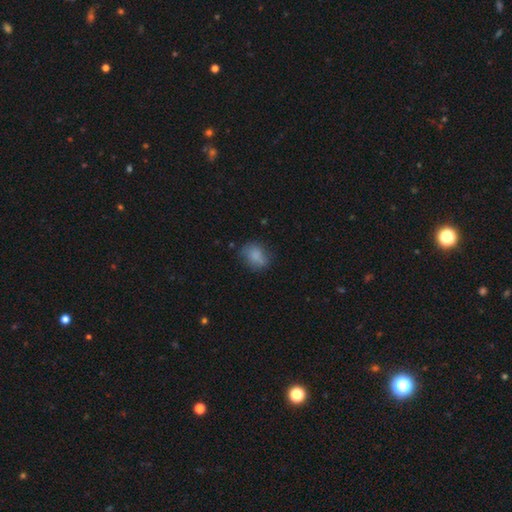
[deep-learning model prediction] smooth_or_featured: smooth (p=0.80) [alt: featured or disk p=0.11]
how_rounded: in between (p=0.57) [alt: round p=0.42]
merging: none (p=0.63) [alt: minor disturbance p=0.25]